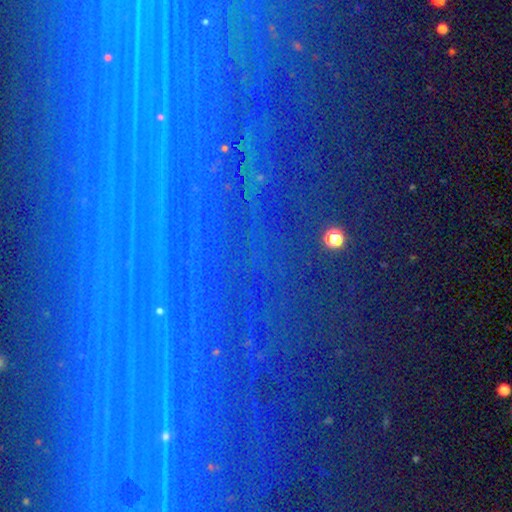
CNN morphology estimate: A star or artifact, not a galaxy (84%).

Vote fractions:
- Smooth or featured? star or artifact: 84% / smooth: 8% / featured or disk: 8%